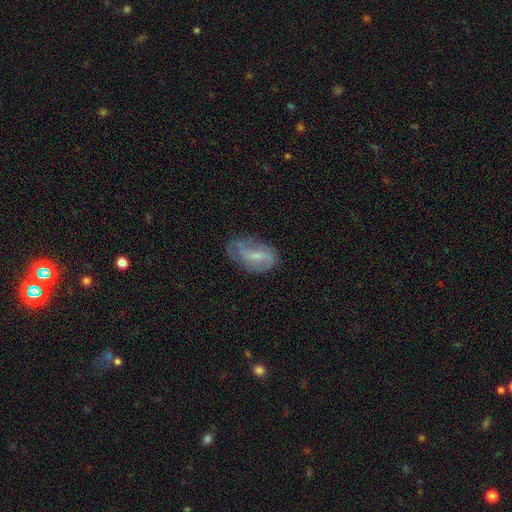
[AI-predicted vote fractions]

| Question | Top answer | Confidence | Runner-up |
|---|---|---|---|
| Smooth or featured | featured or disk | 56% | smooth (36%) |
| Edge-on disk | no | 95% | yes (5%) |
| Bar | weak | 51% | no (25%) |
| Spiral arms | yes | 74% | no (26%) |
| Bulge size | small | 40% | none (29%) |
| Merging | none | 53% | minor disturbance (29%) |